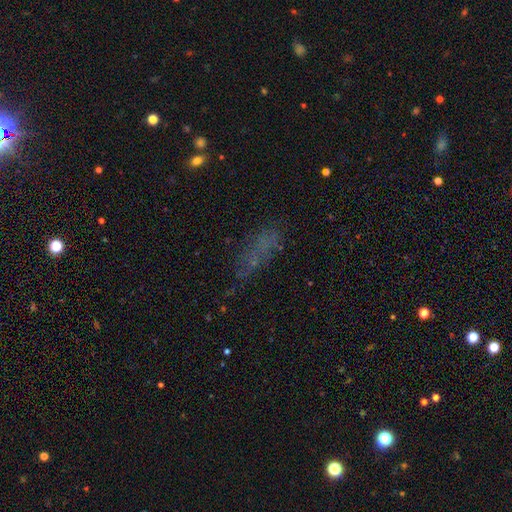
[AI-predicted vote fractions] A smooth galaxy with no disk features (48%). Merging: none (51%).